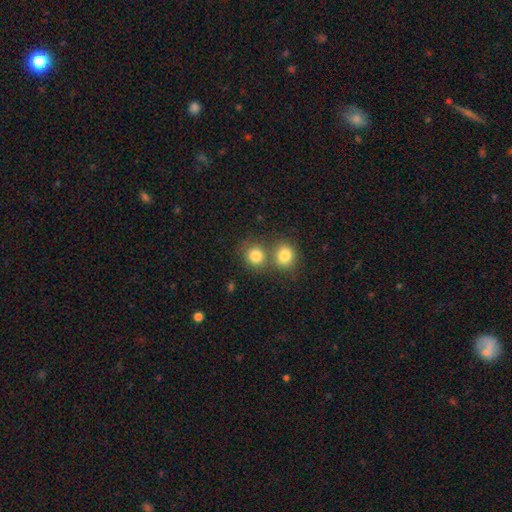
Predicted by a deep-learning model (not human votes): smooth 82%, star or artifact 11%, featured or disk 7%. Down the decision tree: how rounded — round (85%); merging — none (52%).